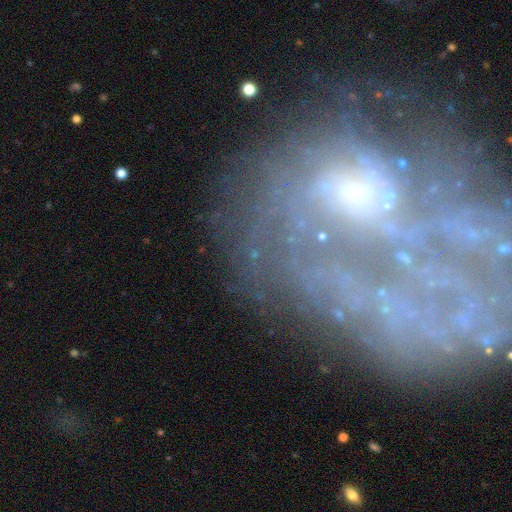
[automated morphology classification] This is likely a featured or disk galaxy (65%). It is clearly not viewed edge-on (93%). Bar: possibly no (57%). Spiral arm pattern: likely yes (65%). Central bulge: marginally small (44%). Merging: possibly none (57%).